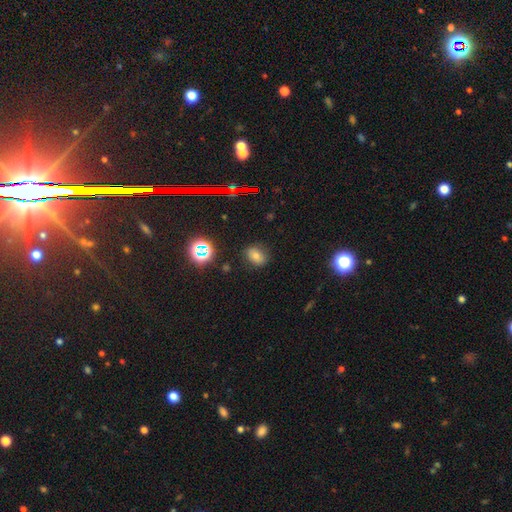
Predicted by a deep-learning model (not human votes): The model was most divided on "how rounded": in between: 62%, round: 36%, cigar-shaped: 1%. More confident: merging — none (82%); smooth or featured — smooth (68%).